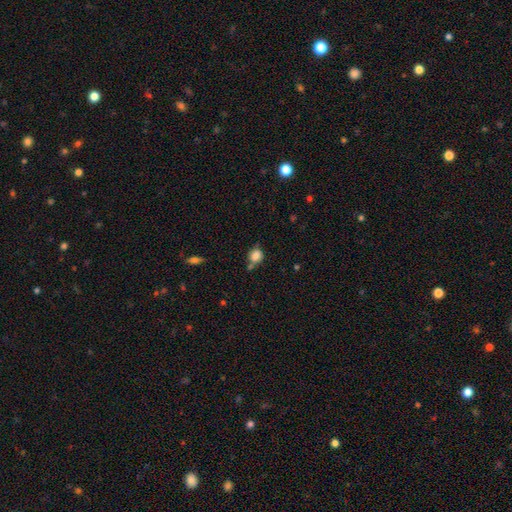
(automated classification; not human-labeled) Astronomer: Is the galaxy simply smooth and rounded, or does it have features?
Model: smooth — 81%.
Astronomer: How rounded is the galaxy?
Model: round — 65%.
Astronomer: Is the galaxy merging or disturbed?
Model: none — 52%.